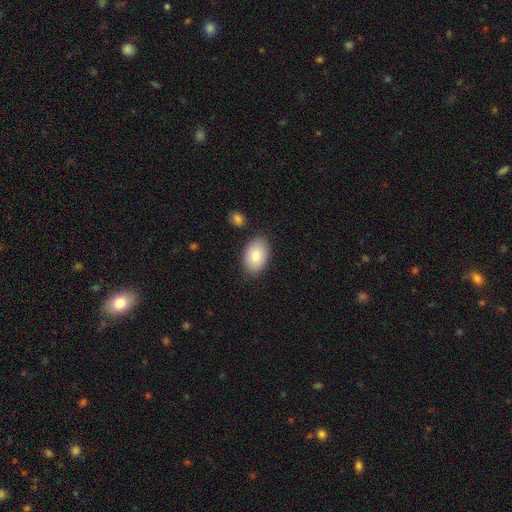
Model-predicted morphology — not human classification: Overall: smooth (82%). How rounded: in between (90%). Merging: none (84%).